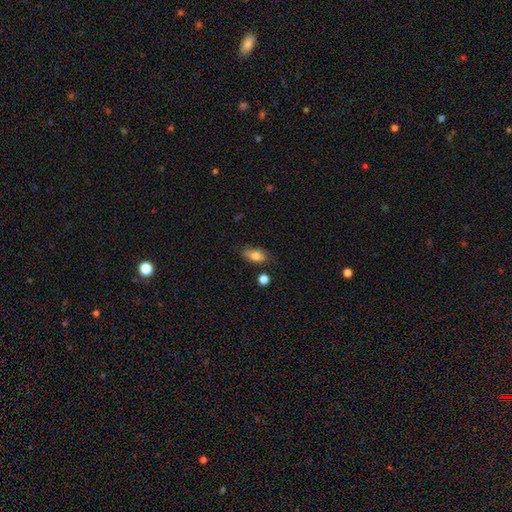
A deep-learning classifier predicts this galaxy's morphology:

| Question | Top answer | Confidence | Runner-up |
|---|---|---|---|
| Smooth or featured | smooth | 79% | featured or disk (13%) |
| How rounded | in between | 86% | cigar-shaped (8%) |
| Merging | none | 68% | minor disturbance (22%) |